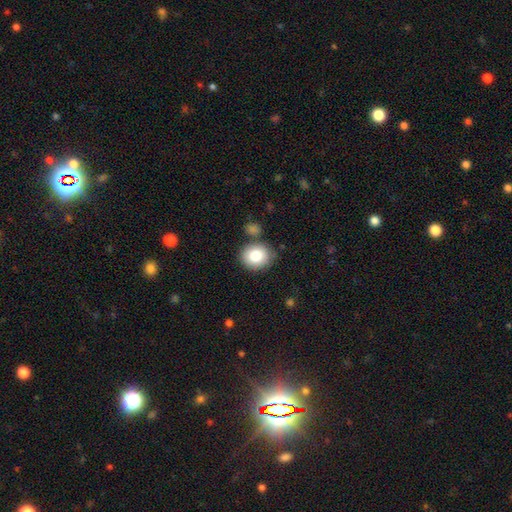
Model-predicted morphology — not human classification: Smooth or featured: smooth — 83% (featured or disk — 9%)
How rounded: round — 66% (in between — 33%)
Merging: none — 76% (minor disturbance — 12%)